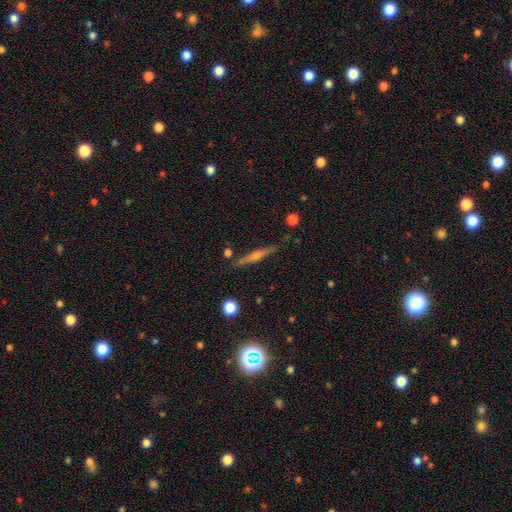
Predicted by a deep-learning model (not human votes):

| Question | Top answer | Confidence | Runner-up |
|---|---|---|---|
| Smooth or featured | featured or disk | 66% | smooth (20%) |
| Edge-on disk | yes | 94% | no (6%) |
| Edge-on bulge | rounded | 82% | none (11%) |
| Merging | none | 84% | minor disturbance (10%) |